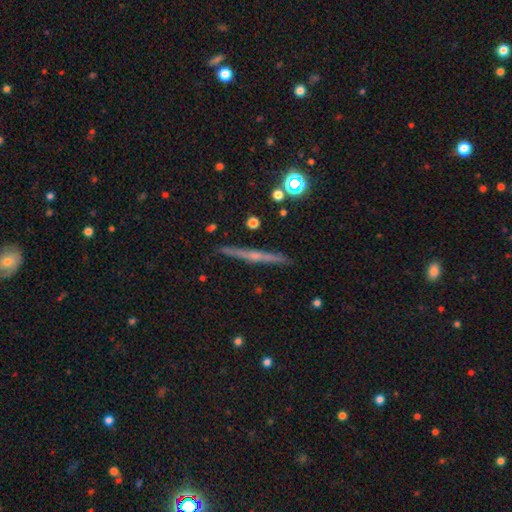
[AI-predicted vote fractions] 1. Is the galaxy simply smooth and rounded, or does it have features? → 72% featured or disk, 19% smooth, 9% star or artifact.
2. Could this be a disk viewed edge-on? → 98% yes, 2% no.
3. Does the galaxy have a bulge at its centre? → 61% rounded, 33% none, 6% boxy.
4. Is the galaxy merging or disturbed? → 91% none, 6% minor disturbance, 1% merger, 1% major disturbance.